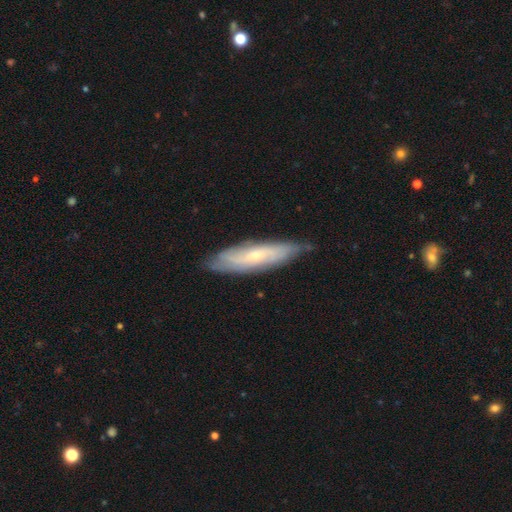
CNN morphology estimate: Smooth or featured: featured or disk — 56% (smooth — 38%)
Edge-on disk: no — 60% (yes — 40%)
Merging: none — 78% (minor disturbance — 18%)